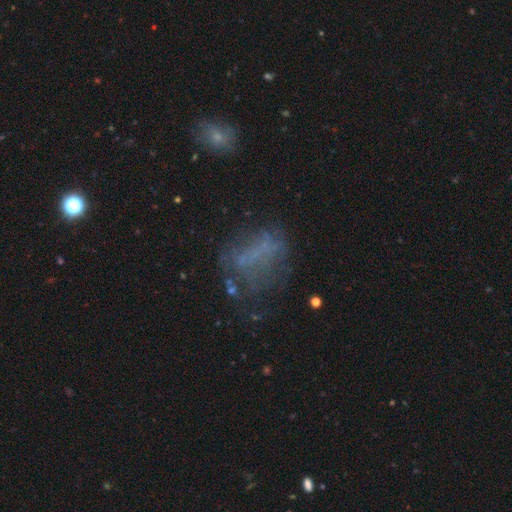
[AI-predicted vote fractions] The model was most divided on "smooth or featured": featured or disk: 40%, smooth: 33%, star or artifact: 27%. Remaining: merging — none (42%).